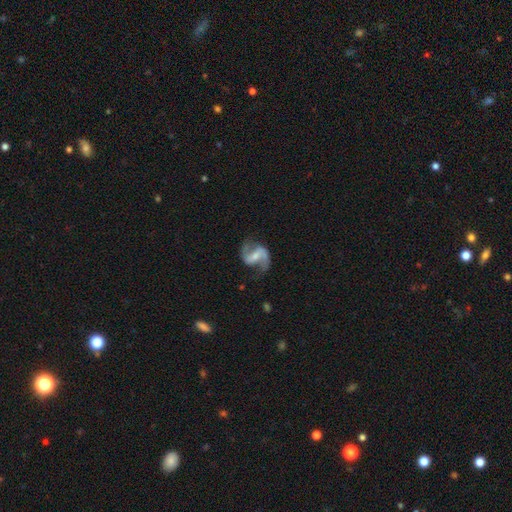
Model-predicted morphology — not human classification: Smooth or featured: featured or disk — 89% (smooth — 6%)
Edge-on disk: no — 98% (yes — 2%)
Bar: weak — 44% (strong — 37%)
Spiral arms: yes — 97% (no — 3%)
Spiral winding: medium — 47% (loose — 44%)
Spiral arm count: 2 — 93% (1 — 2%)
Bulge size: small — 43% (moderate — 38%)
Merging: none — 74% (minor disturbance — 15%)